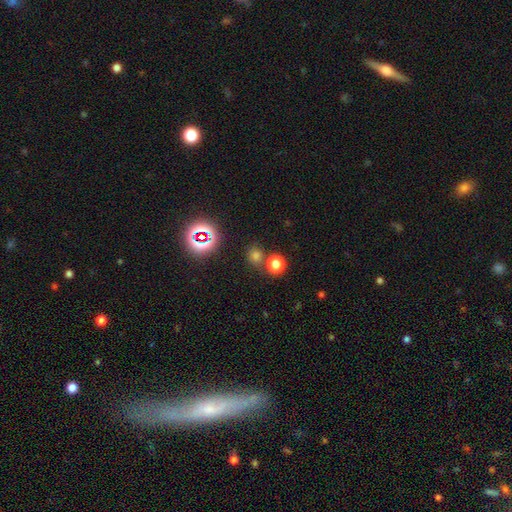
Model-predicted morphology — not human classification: A smooth galaxy with no disk features (65%) that is round (82%).

Vote fractions:
- Smooth or featured? smooth: 65% / star or artifact: 28% / featured or disk: 6%
- How rounded? round: 82% / in between: 17% / cigar-shaped: 1%
- Merging? none: 72% / merger: 16% / minor disturbance: 9% / major disturbance: 4%